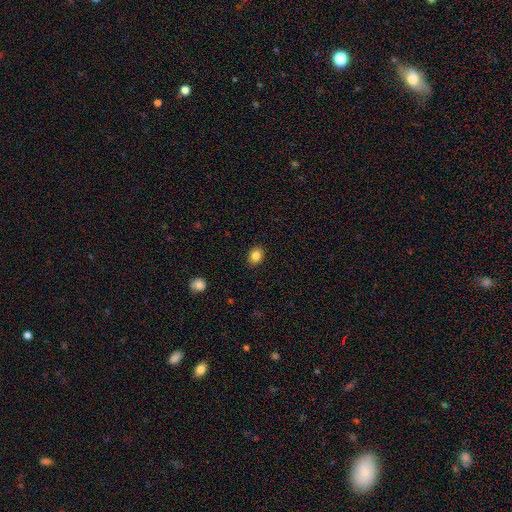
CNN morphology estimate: smooth-or-featured: smooth: 84% | star or artifact: 10% | featured or disk: 6%
  how-rounded: round: 52% | in between: 48% | cigar-shaped: 1%
  merging: none: 90% | minor disturbance: 7% | major disturbance: 2% | merger: 1%